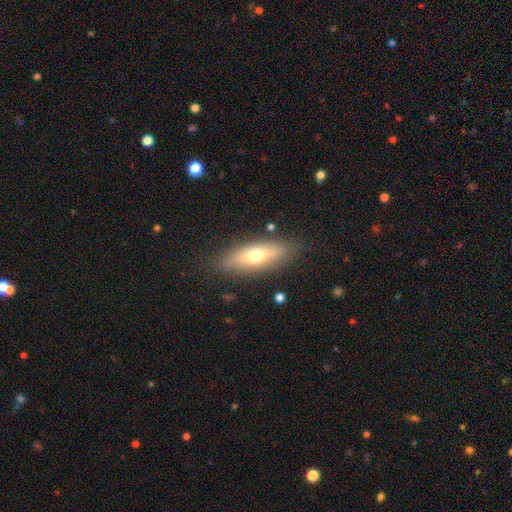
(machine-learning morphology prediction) Smooth or featured? smooth (59%)
How rounded? in between (59%)
Merging? none (83%)